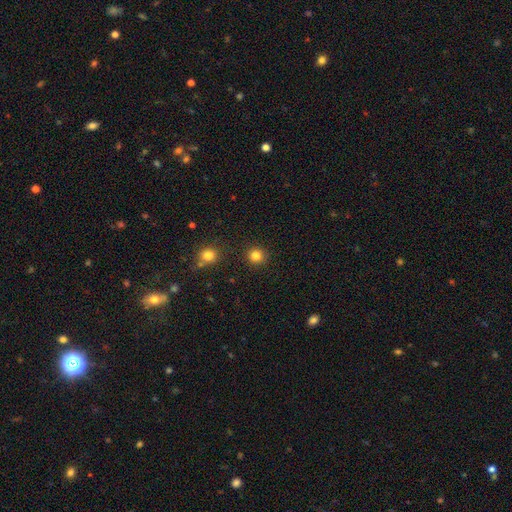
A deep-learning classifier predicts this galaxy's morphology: smooth 83%, star or artifact 13%, featured or disk 4%. Down the decision tree: how rounded — round (92%); merging — none (90%).